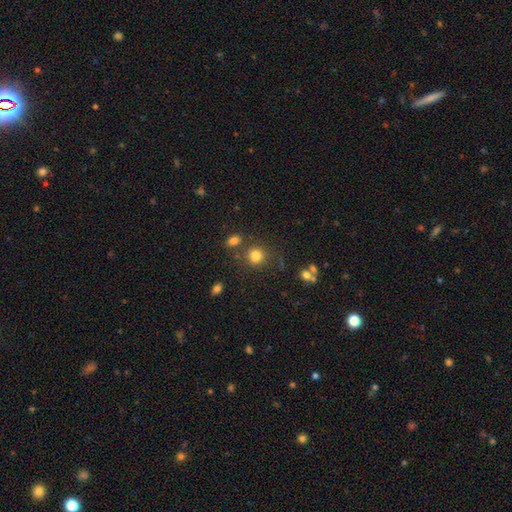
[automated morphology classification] type=smooth (80%); roundness=round (79%); merging=none (72%).